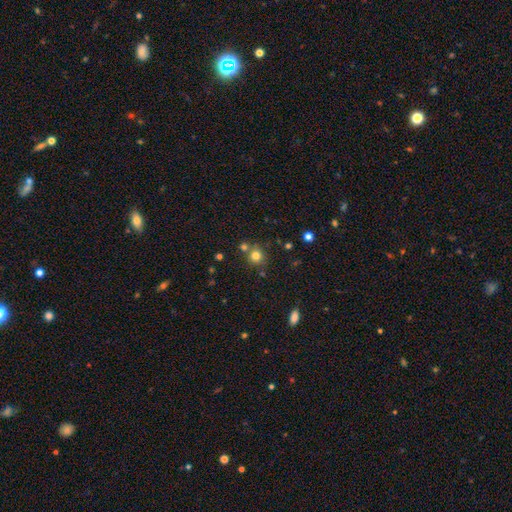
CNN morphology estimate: A smooth galaxy with no disk features (77%) that is round (90%). Merging: none (69%).